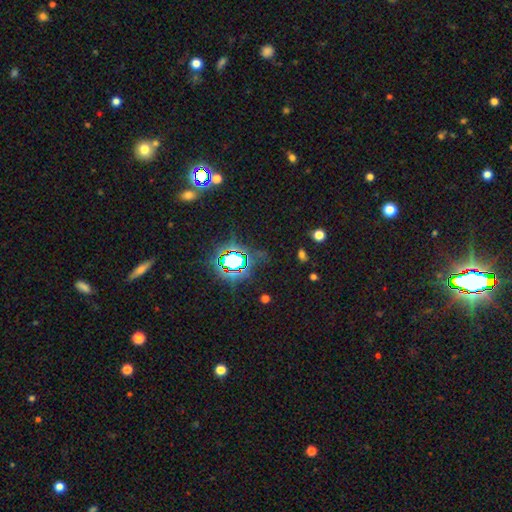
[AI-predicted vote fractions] smooth_or_featured: star or artifact (p=0.79) [alt: smooth p=0.13]